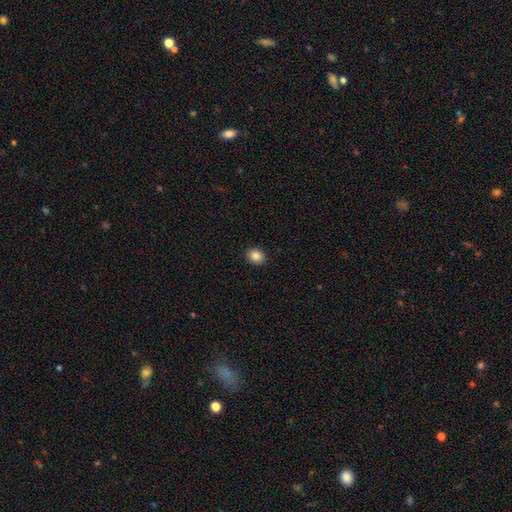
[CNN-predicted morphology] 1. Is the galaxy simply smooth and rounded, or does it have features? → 86% smooth, 9% star or artifact, 5% featured or disk.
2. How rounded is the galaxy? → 56% round, 43% in between, 1% cigar-shaped.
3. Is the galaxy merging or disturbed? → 91% none, 6% minor disturbance, 2% major disturbance, 1% merger.